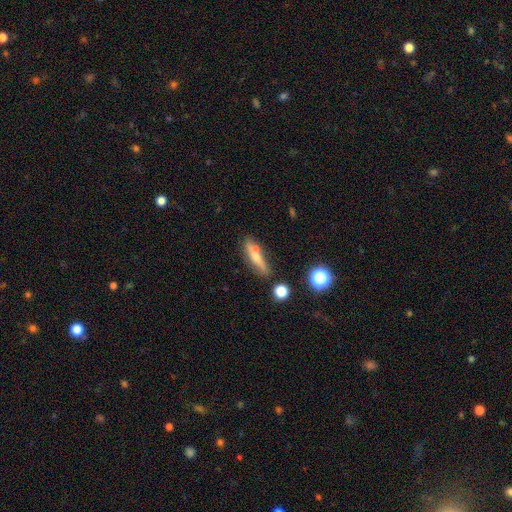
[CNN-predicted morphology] Smooth or featured? Predicted: smooth (p=0.52). How rounded? Predicted: cigar-shaped (p=0.68). Merging? Predicted: none (p=0.66).